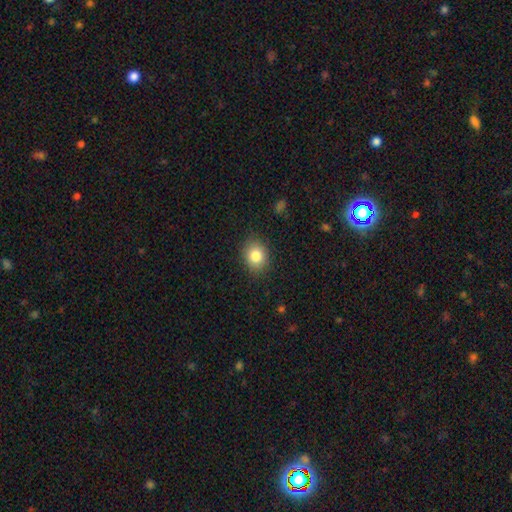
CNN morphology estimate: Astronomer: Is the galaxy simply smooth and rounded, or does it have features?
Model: smooth — 83%.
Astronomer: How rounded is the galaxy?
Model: round — 58% (runner-up: in between, 41%).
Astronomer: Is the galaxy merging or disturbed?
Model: none — 86%.